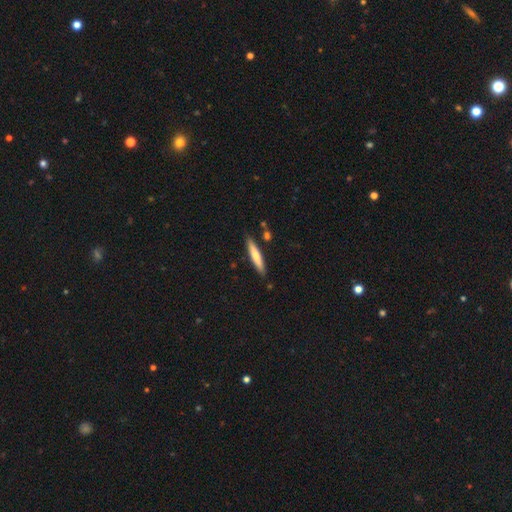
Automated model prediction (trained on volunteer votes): smooth 65%, featured or disk 30%, star or artifact 5%. Down the decision tree: how rounded — cigar-shaped (90%); merging — none (86%).